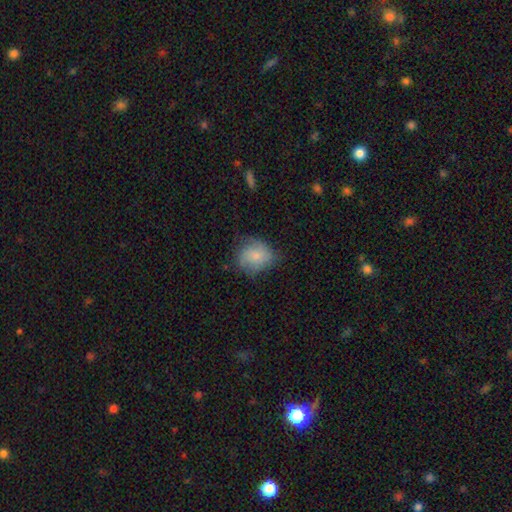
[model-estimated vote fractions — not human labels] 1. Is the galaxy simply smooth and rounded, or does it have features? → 67% smooth, 25% featured or disk, 8% star or artifact.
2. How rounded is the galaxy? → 67% round, 32% in between, 1% cigar-shaped.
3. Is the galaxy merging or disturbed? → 59% none, 29% minor disturbance, 11% major disturbance, 1% merger.